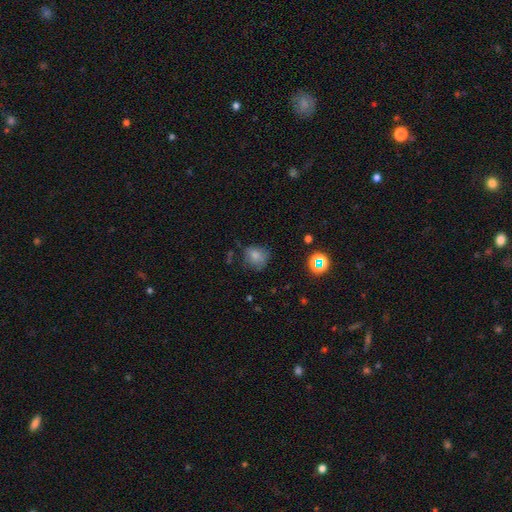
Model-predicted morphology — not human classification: smooth 75%, star or artifact 15%, featured or disk 10%. Down the decision tree: how rounded — round (71%); merging — none (62%).